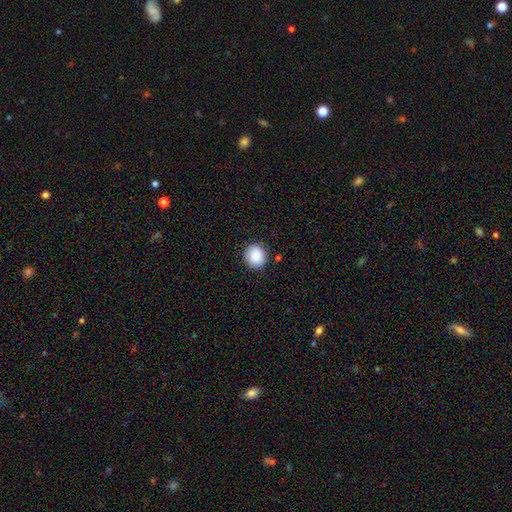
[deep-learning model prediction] Smooth or featured: smooth — 87% (star or artifact — 8%)
How rounded: round — 86% (in between — 13%)
Merging: none — 88% (minor disturbance — 8%)